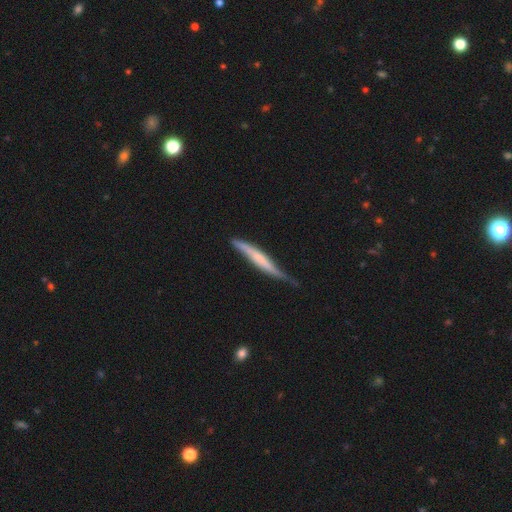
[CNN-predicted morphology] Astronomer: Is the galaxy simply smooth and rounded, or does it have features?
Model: featured or disk — 49% (runner-up: smooth, 45%).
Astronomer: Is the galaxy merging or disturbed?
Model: none — 54% (runner-up: minor disturbance, 36%).